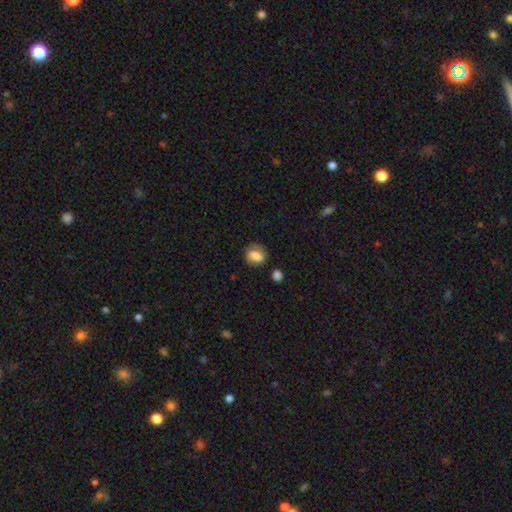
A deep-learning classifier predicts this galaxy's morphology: Smooth or featured? smooth (74%)
How rounded? round (50%)
Merging? none (70%)